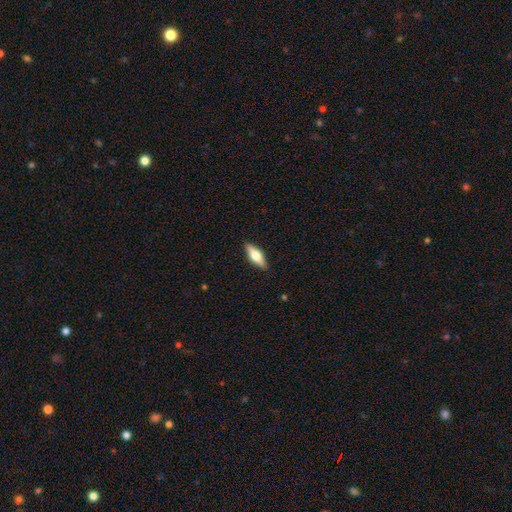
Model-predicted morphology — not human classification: smooth 53%, featured or disk 41%, star or artifact 6%. Down the decision tree: how rounded — in between (57%); merging — none (89%).